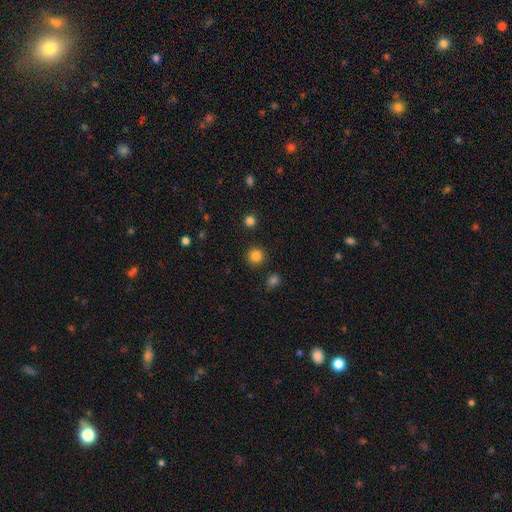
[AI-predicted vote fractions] The model was most divided on "smooth or featured": smooth: 84%, star or artifact: 12%, featured or disk: 3%. More confident: how rounded — round (94%); merging — none (90%).